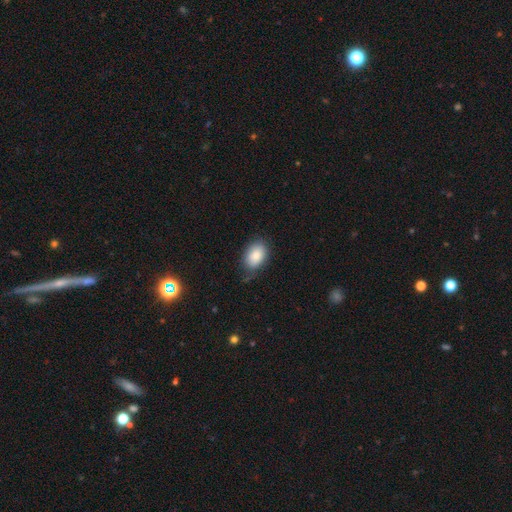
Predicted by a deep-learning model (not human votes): Smooth or featured? Predicted: smooth (p=0.86). How rounded? Predicted: in between (p=0.85). Merging? Predicted: none (p=0.73).